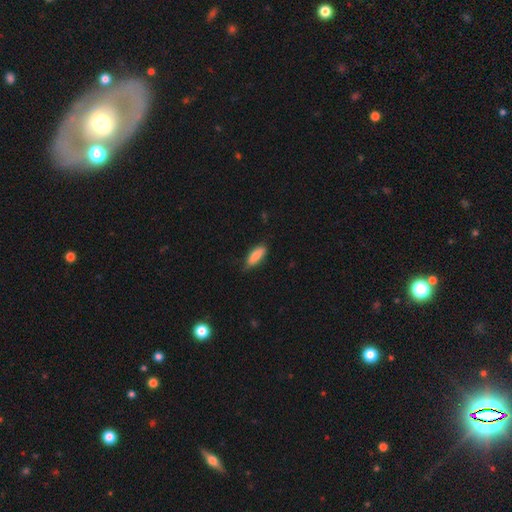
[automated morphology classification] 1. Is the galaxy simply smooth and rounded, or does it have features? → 86% smooth, 8% featured or disk, 6% star or artifact.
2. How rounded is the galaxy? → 67% in between, 31% cigar-shaped, 2% round.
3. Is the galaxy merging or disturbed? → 77% none, 19% minor disturbance, 3% major disturbance, 1% merger.